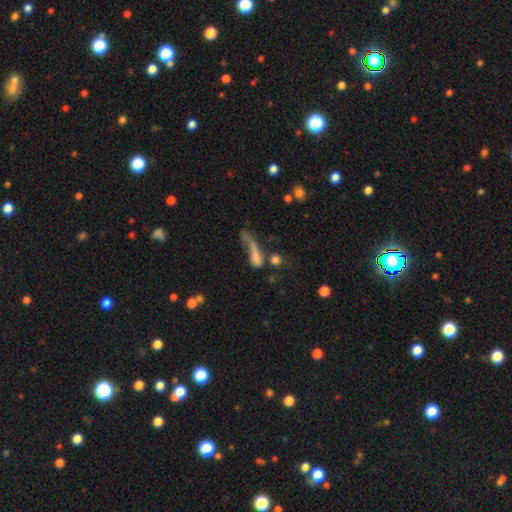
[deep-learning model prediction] Smooth or featured?
  - smooth: 60% *
  - featured or disk: 27%
  - star or artifact: 13%
How rounded?
  - cigar-shaped: 54% *
  - in between: 37%
  - round: 9%
Merging?
  - major disturbance: 42% *
  - merger: 22%
  - none: 21%
  - minor disturbance: 15%